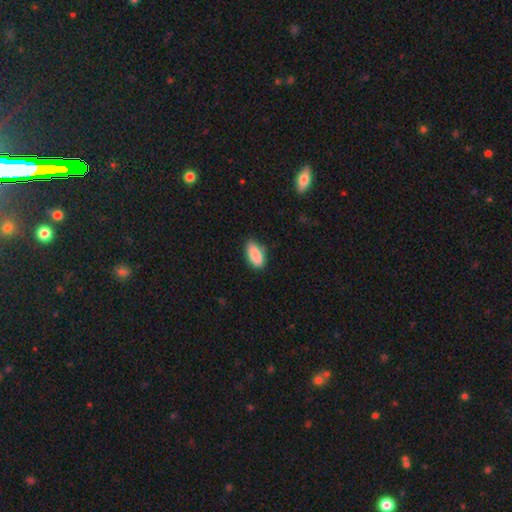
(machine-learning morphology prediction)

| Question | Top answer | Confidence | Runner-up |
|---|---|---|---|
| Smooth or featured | smooth | 89% | star or artifact (7%) |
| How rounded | in between | 90% | cigar-shaped (7%) |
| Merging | none | 74% | minor disturbance (21%) |